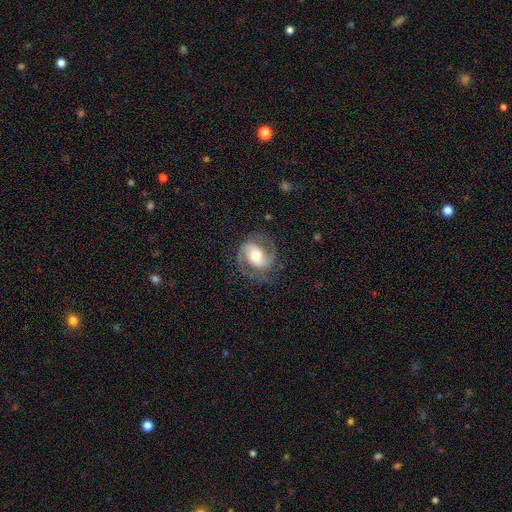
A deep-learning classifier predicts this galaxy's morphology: This appears to be a featured or disk galaxy (86%) with a weak bar (38%), 2 (91%) medium (56%) spiral arms (96%) and a moderate central bulge (65%). Merging: none (78%).